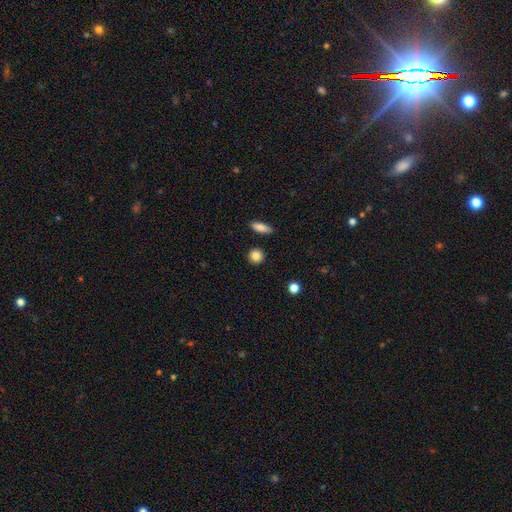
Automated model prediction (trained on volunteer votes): smooth 85%, star or artifact 9%, featured or disk 6%. Down the decision tree: how rounded — round (89%); merging — none (90%).